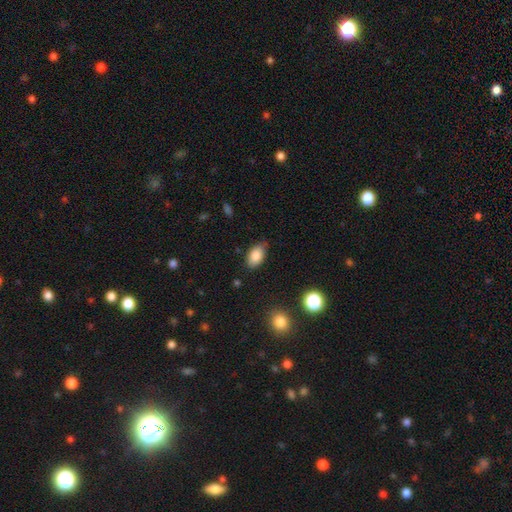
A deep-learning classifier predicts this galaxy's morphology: type=smooth (84%); roundness=in between (92%); merging=none (76%).